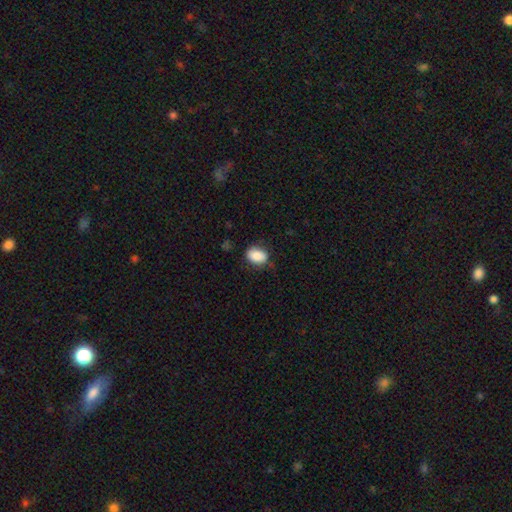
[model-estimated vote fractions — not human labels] Q: Smooth or featured?
A: smooth (85%); runner-up: star or artifact (8%)
Q: How rounded?
A: in between (78%); runner-up: round (21%)
Q: Merging?
A: none (71%); runner-up: minor disturbance (22%)